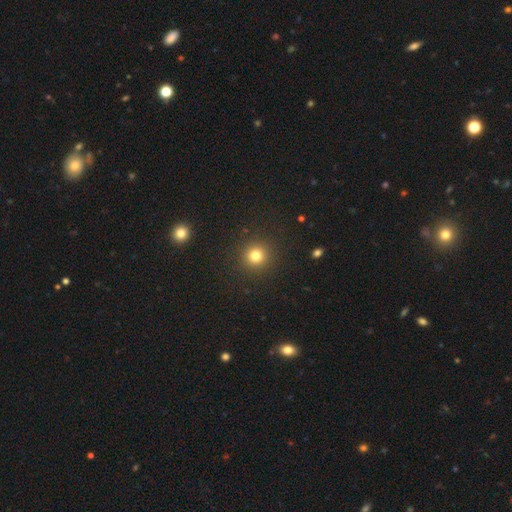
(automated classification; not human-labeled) Smooth or featured: smooth — 81% (star or artifact — 14%)
How rounded: round — 93% (in between — 6%)
Merging: none — 91% (minor disturbance — 5%)